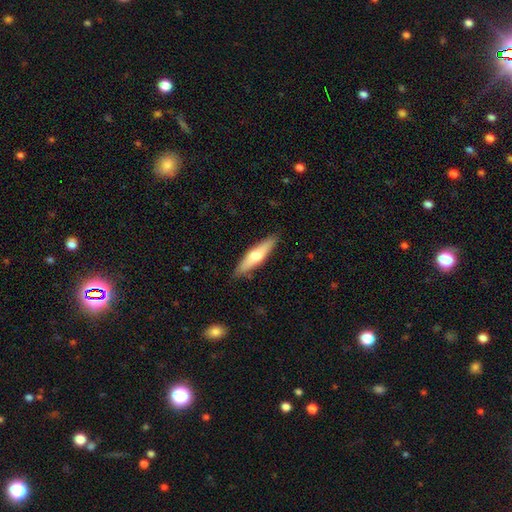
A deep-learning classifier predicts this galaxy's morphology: This is possibly a smooth galaxy (54%). How rounded: likely cigar-shaped (75%). Merging: clearly none (87%).